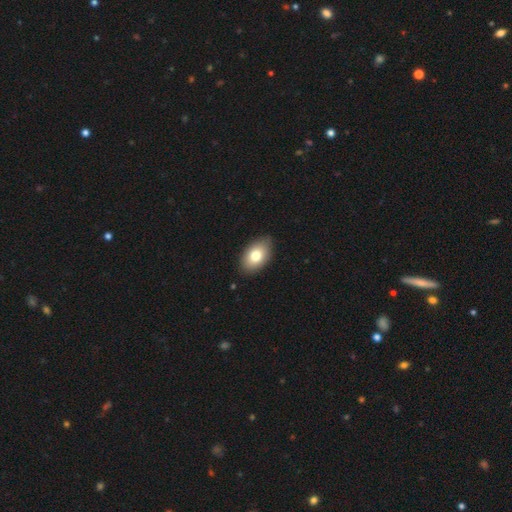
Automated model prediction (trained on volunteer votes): Smooth or featured? Predicted: smooth (p=0.77). How rounded? Predicted: in between (p=0.91). Merging? Predicted: none (p=0.85).